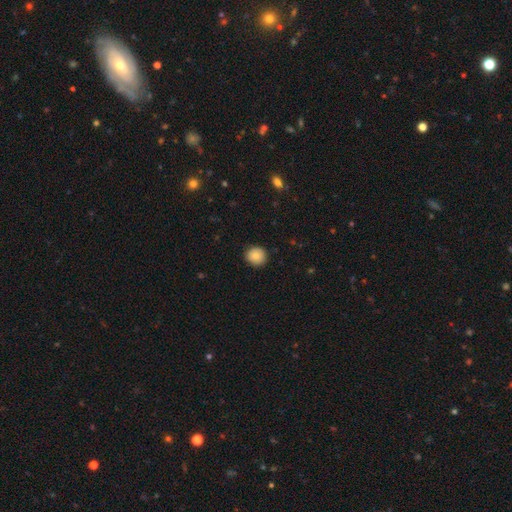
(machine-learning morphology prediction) Smooth or featured?
  - smooth: 84% *
  - star or artifact: 8%
  - featured or disk: 8%
How rounded?
  - round: 91% *
  - in between: 9%
  - cigar-shaped: 1%
Merging?
  - none: 90% *
  - minor disturbance: 8%
  - major disturbance: 2%
  - merger: 1%